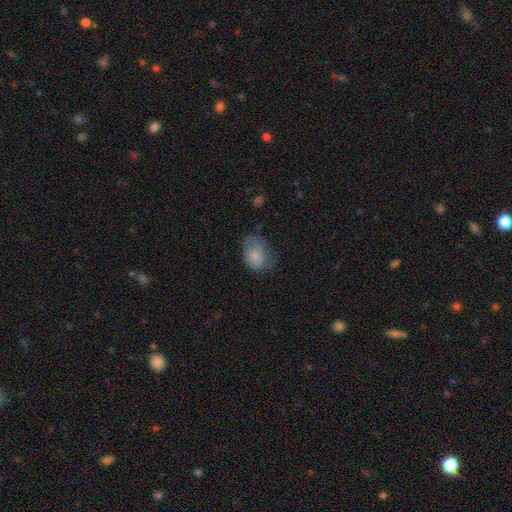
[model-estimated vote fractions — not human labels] A smooth galaxy with no disk features (75%) that is in between round and cigar-shaped (68%). Merging: none (43%).